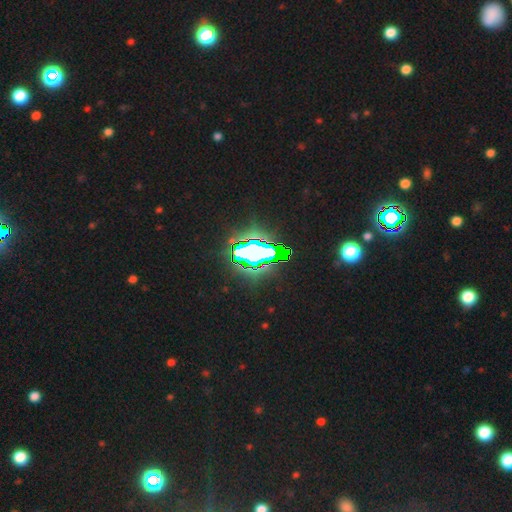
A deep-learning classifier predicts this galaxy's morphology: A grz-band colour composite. It shows a star or artifact, not a galaxy (71%).